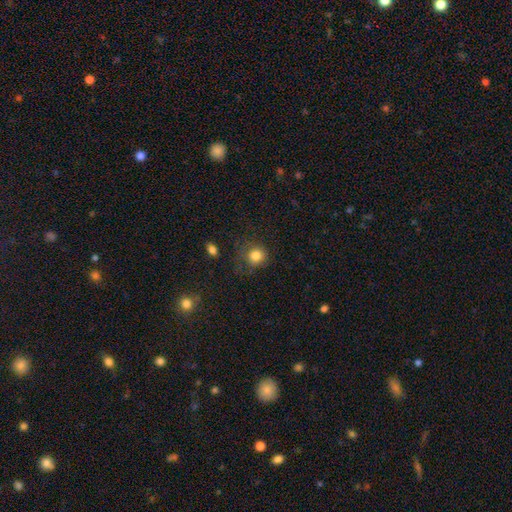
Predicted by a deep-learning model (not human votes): Smooth or featured? smooth (83%)
How rounded? round (88%)
Merging? none (69%)